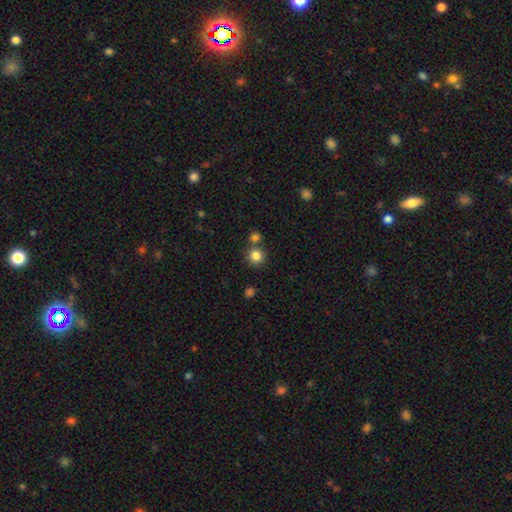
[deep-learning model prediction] This appears to be a smooth galaxy with no disk features (83%) that is round (93%). Merging: none (73%).